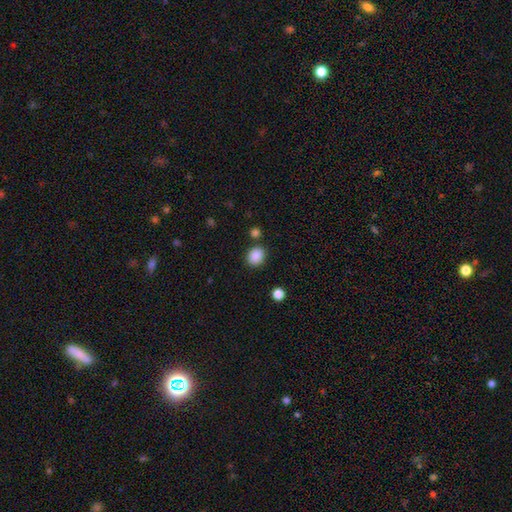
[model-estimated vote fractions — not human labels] Q: Smooth or featured?
A: smooth (88%); runner-up: star or artifact (9%)
Q: How rounded?
A: round (59%); runner-up: in between (40%)
Q: Merging?
A: none (81%); runner-up: minor disturbance (10%)